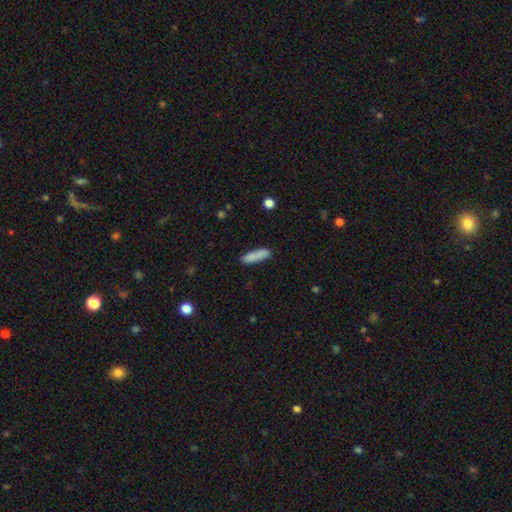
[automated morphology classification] type=smooth (85%); roundness=cigar-shaped (71%); merging=none (79%).